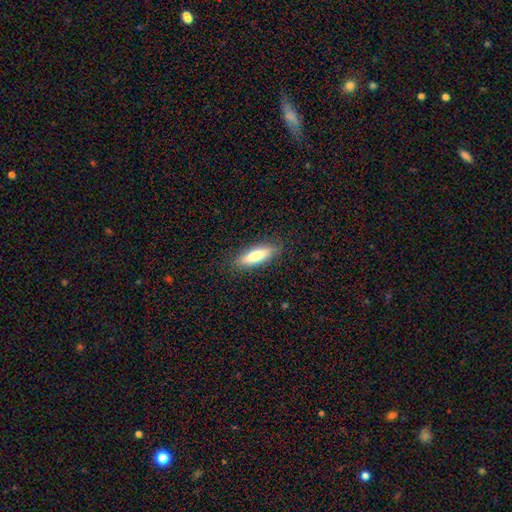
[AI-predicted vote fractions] Morphology: type=smooth (77%); roundness=cigar-shaped (57%); merging=none (86%).